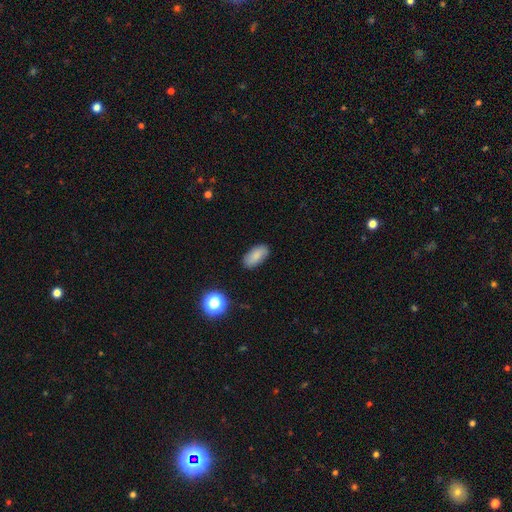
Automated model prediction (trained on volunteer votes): smooth_or_featured: smooth (p=0.80) [alt: featured or disk p=0.11]
how_rounded: in between (p=0.91) [alt: cigar-shaped p=0.05]
merging: none (p=0.84) [alt: minor disturbance p=0.12]